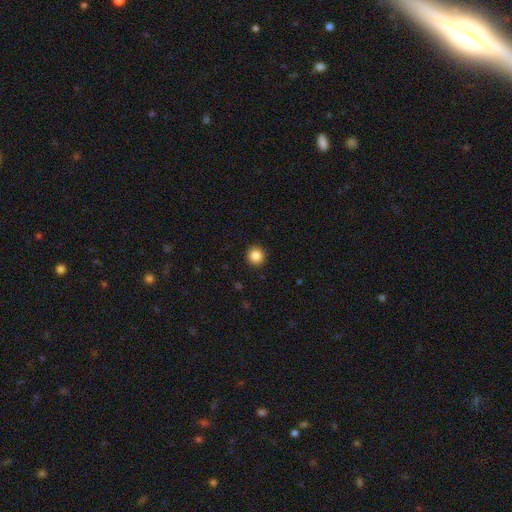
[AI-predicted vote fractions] Overall: smooth (86%). How rounded: round (94%). Merging: none (93%).